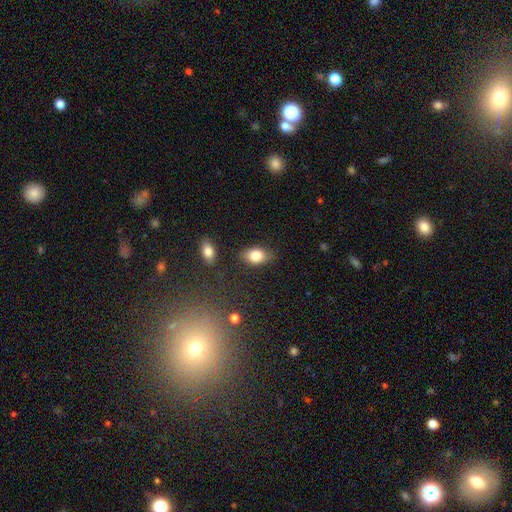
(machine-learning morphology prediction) A smooth galaxy with no disk features (83%) that is in between round and cigar-shaped (84%). Merging: none (78%).